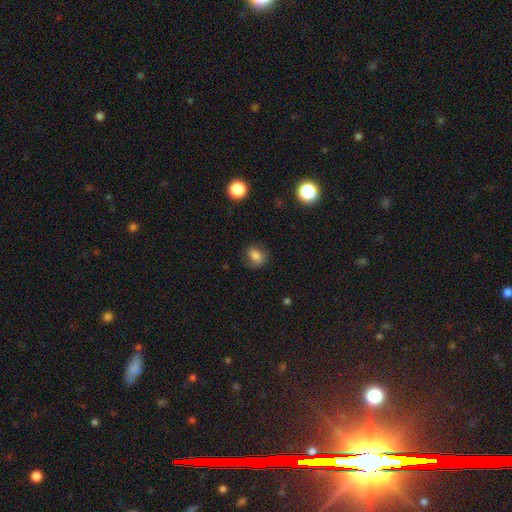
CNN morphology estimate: This appears to be a smooth galaxy with no disk features (75%) that is round (53%). Merging: none (74%).